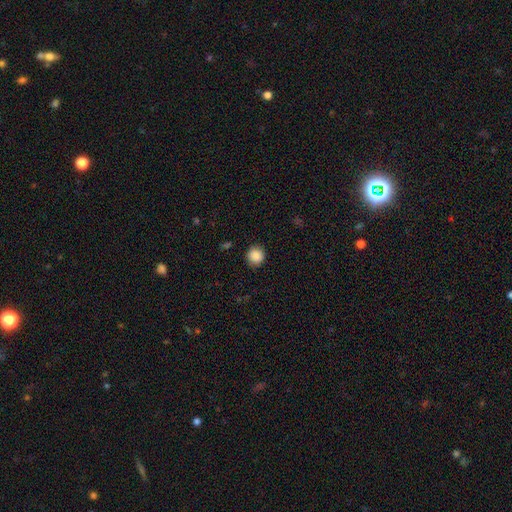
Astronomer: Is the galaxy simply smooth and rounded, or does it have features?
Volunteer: smooth — 97%.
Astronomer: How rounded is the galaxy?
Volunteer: round — 86%.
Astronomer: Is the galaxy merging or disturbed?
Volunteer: none — 92%.